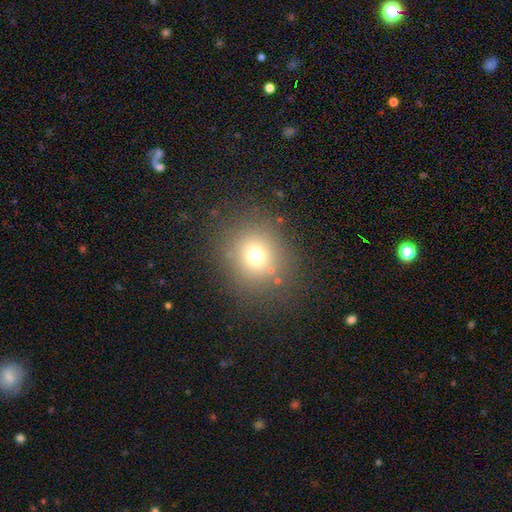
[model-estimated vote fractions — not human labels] smooth 69%, star or artifact 20%, featured or disk 11%. Down the decision tree: how rounded — round (85%); merging — none (82%).